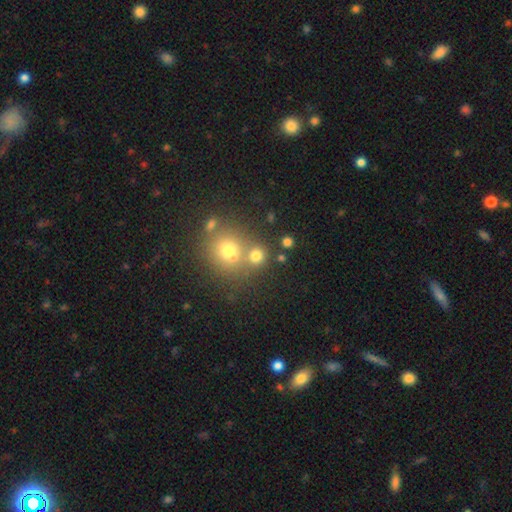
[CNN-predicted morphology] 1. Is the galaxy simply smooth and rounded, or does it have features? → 73% smooth, 17% star or artifact, 10% featured or disk.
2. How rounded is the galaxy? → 84% round, 15% in between, 1% cigar-shaped.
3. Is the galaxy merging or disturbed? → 58% none, 30% merger, 8% minor disturbance, 4% major disturbance.